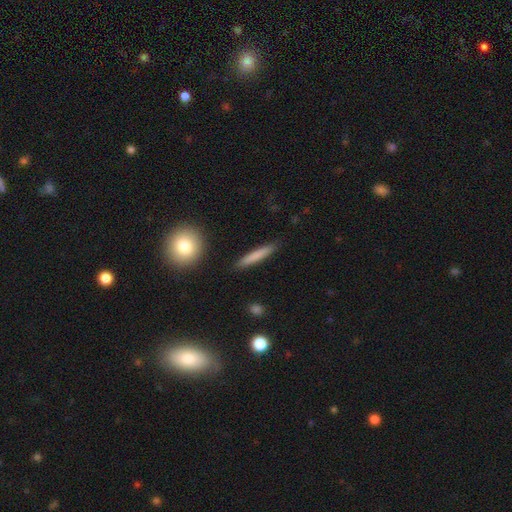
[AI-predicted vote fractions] Smooth or featured?
  - smooth: 75% *
  - featured or disk: 19%
  - star or artifact: 6%
How rounded?
  - cigar-shaped: 93% *
  - in between: 5%
  - round: 2%
Merging?
  - none: 89% *
  - minor disturbance: 7%
  - major disturbance: 2%
  - merger: 2%